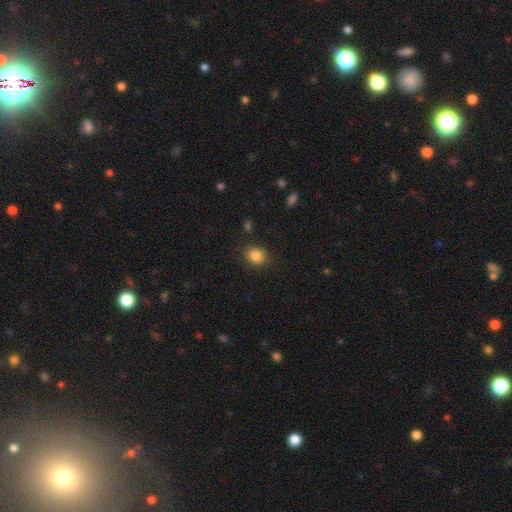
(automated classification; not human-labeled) A smooth galaxy with no disk features (86%) that is round (66%). Merging: none (85%).